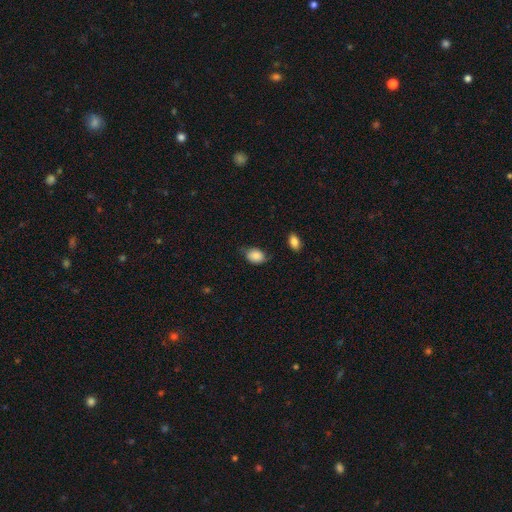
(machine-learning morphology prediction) type=smooth (87%); roundness=in between (72%); merging=none (68%).